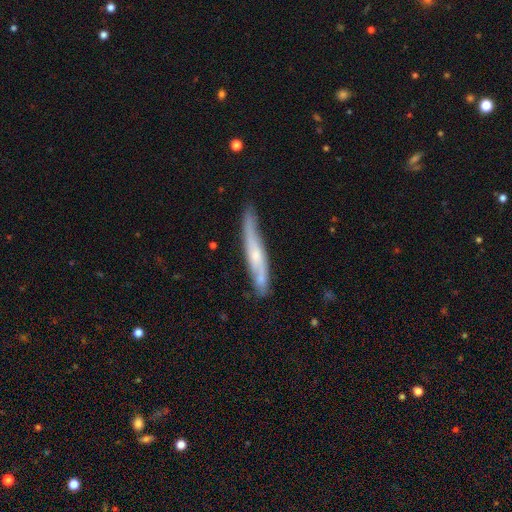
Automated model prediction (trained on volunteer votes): The model was most divided on "smooth or featured": featured or disk: 60%, smooth: 34%, star or artifact: 6%. More confident: edge-on disk — yes (76%); merging — none (71%).